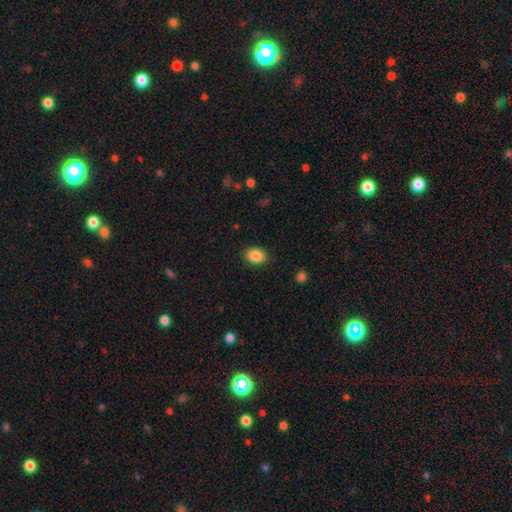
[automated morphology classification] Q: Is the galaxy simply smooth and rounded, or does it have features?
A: smooth — 87%.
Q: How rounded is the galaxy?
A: in between — 67%.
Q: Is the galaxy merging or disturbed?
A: none — 87%.